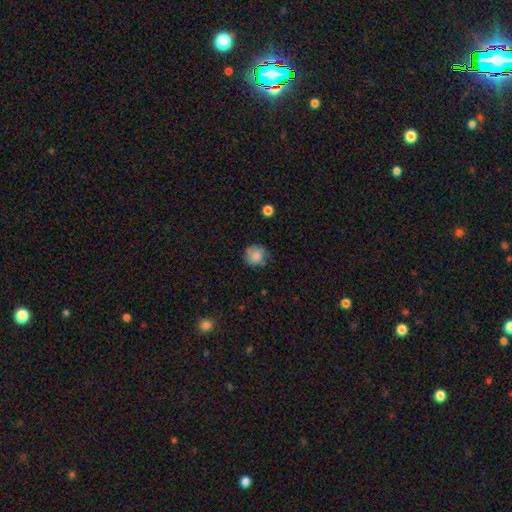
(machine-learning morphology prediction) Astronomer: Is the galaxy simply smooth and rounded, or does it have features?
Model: smooth — 81%.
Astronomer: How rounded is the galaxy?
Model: round — 87%.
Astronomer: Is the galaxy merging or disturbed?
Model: none — 70%.